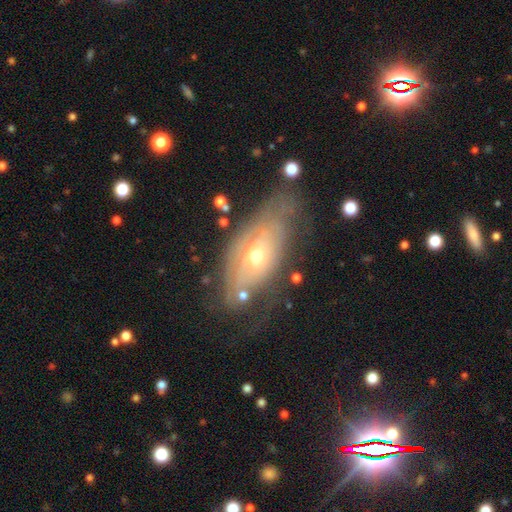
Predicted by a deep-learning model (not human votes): Morphology: type=featured or disk (70%); edge-on=no (85%); bar=no (79%); spiral arms=yes (61%); bulge=moderate (52%); merging=none (51%).